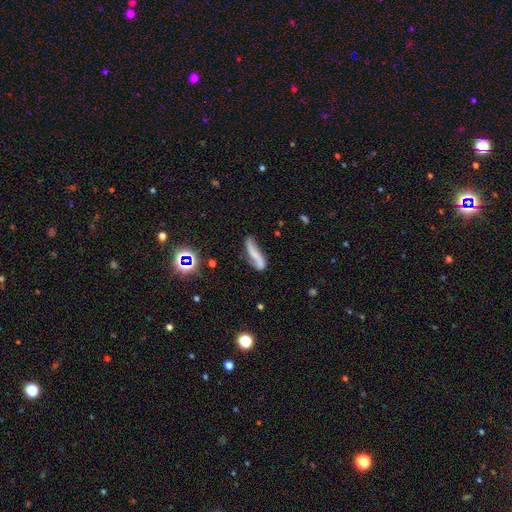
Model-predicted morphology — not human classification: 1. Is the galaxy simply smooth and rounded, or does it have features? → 52% featured or disk, 37% smooth, 11% star or artifact.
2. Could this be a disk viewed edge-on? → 78% no, 22% yes.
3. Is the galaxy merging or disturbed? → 56% none, 26% minor disturbance, 12% major disturbance, 6% merger.